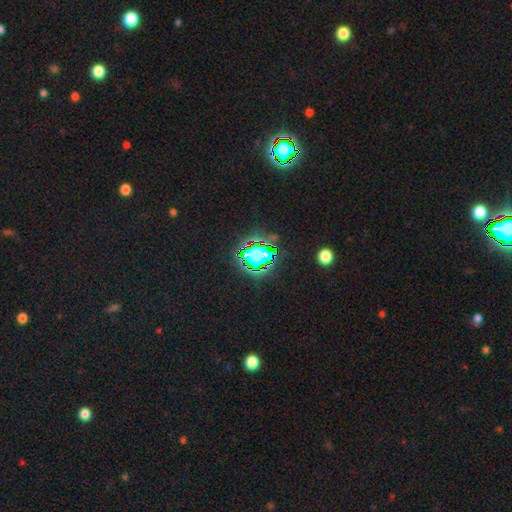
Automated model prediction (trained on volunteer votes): smooth_or_featured: star or artifact (p=0.60) [alt: smooth p=0.27]